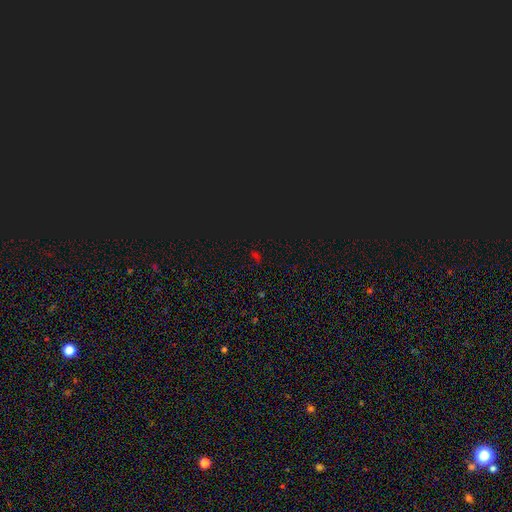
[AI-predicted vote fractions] A star or artifact, not a galaxy (66%).

Vote fractions:
- Smooth or featured? star or artifact: 66% / smooth: 26% / featured or disk: 8%